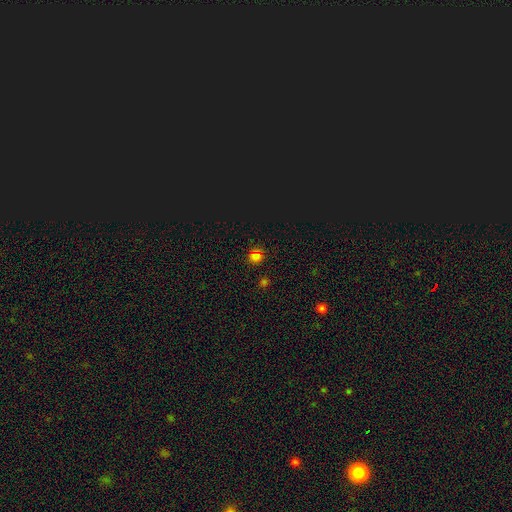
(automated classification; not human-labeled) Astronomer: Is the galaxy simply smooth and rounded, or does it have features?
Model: smooth — 53% (runner-up: star or artifact, 41%).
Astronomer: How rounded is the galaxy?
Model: round — 89%.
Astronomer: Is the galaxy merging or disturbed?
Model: none — 85%.